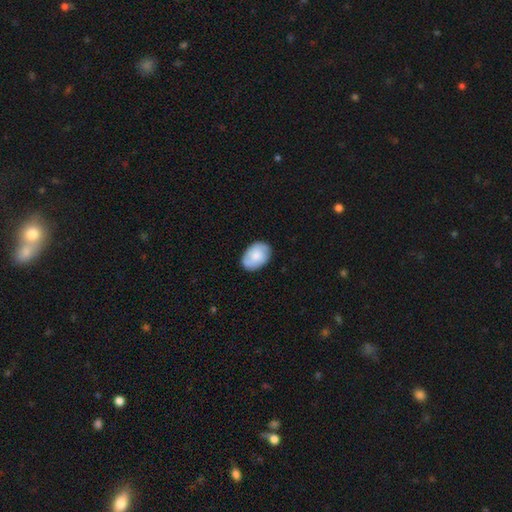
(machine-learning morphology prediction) type=smooth (72%); roundness=in between (84%); merging=none (84%).